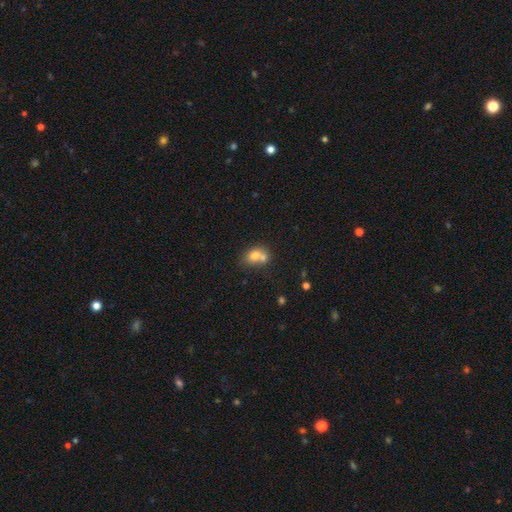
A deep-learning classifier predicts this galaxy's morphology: The model was most divided on "how rounded": in between: 51%, round: 48%, cigar-shaped: 1%. More confident: smooth or featured — smooth (72%); merging — merger (58%).